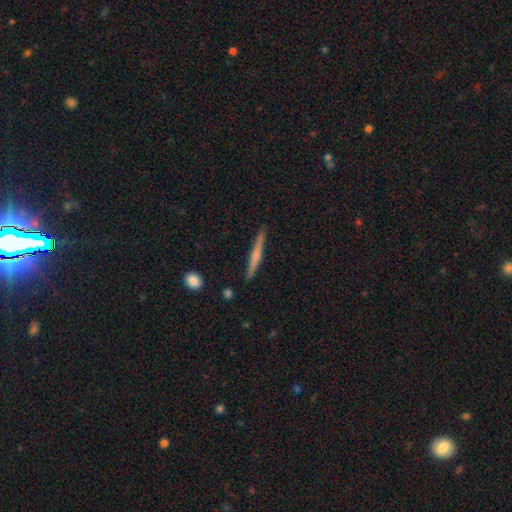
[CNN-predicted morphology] Smooth or featured: featured or disk — 56% (smooth — 39%)
Edge-on disk: yes — 98% (no — 2%)
Edge-on bulge: rounded — 54% (none — 35%)
Merging: none — 90% (minor disturbance — 7%)